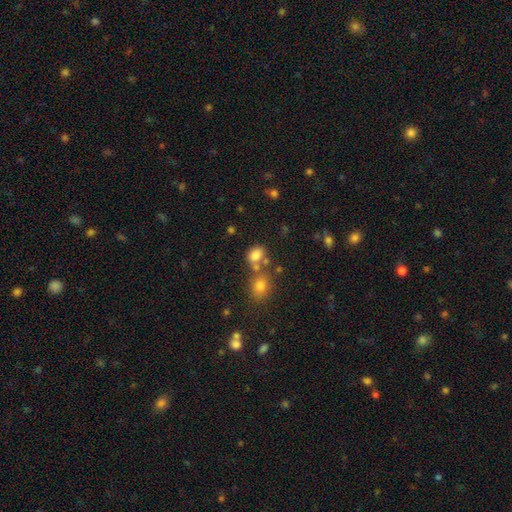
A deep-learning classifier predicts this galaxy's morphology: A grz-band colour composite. It shows a smooth galaxy with no disk features (79%) that is in between round and cigar-shaped (59%). Merging: none (52%).